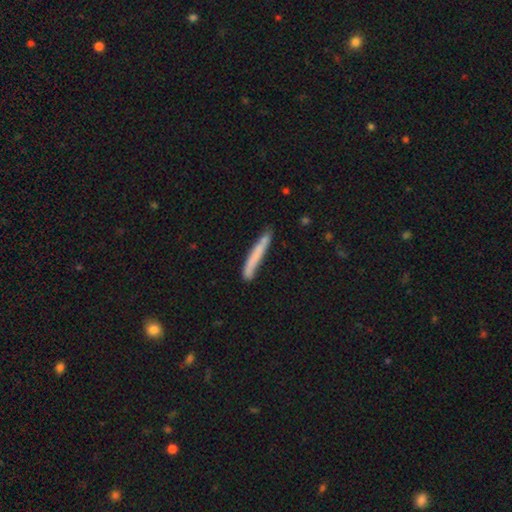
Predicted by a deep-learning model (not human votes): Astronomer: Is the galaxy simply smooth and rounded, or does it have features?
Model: smooth — 71%.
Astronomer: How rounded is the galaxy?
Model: cigar-shaped — 96%.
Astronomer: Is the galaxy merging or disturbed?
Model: none — 76%.